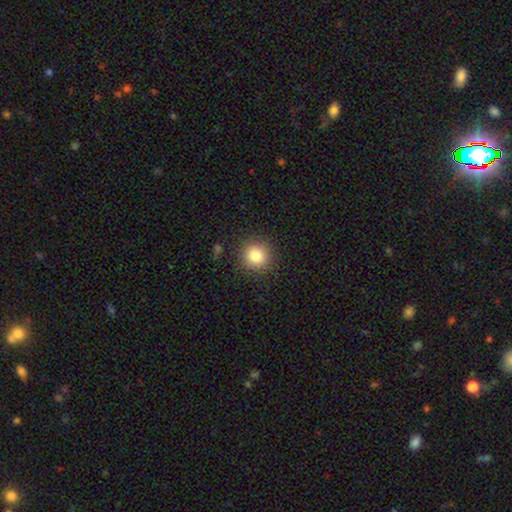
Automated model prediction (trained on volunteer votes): Smooth or featured?
  - smooth: 83% *
  - star or artifact: 11%
  - featured or disk: 6%
How rounded?
  - round: 92% *
  - in between: 7%
  - cigar-shaped: 1%
Merging?
  - none: 89% *
  - minor disturbance: 7%
  - major disturbance: 2%
  - merger: 1%